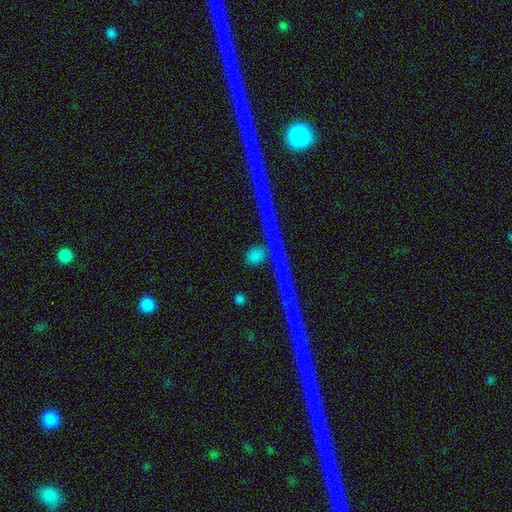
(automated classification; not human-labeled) Q: Smooth or featured?
A: smooth (62%); runner-up: star or artifact (28%)
Q: How rounded?
A: round (85%); runner-up: in between (11%)
Q: Merging?
A: none (83%); runner-up: minor disturbance (7%)